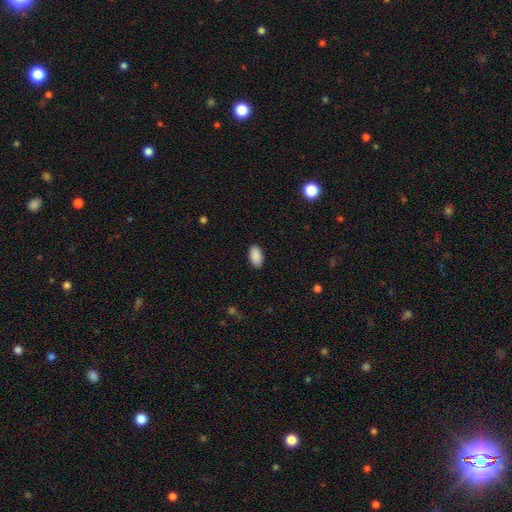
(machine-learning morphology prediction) This is clearly a smooth galaxy (90%). How rounded: clearly in between (95%). Merging: clearly none (88%).